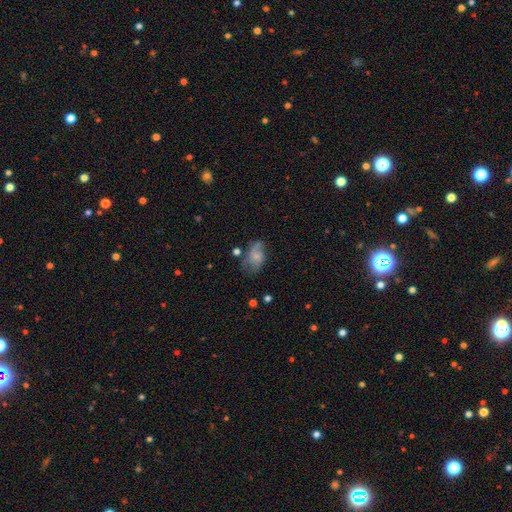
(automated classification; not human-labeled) Morphology: type=smooth (55%); roundness=in between (86%); merging=none (41%).